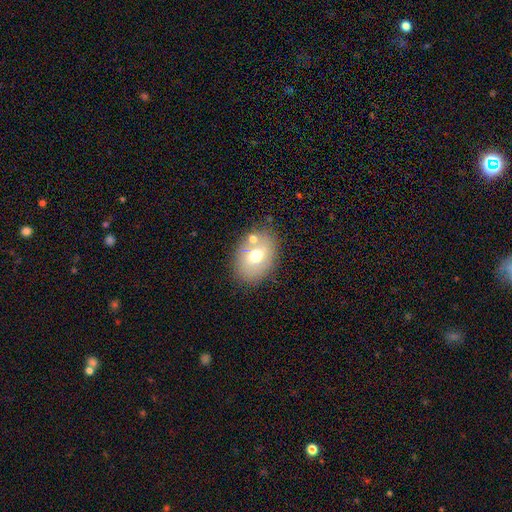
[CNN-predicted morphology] The model was most divided on "smooth or featured": smooth: 62%, featured or disk: 28%, star or artifact: 10%. More confident: merging — none (72%); how rounded — in between (70%).